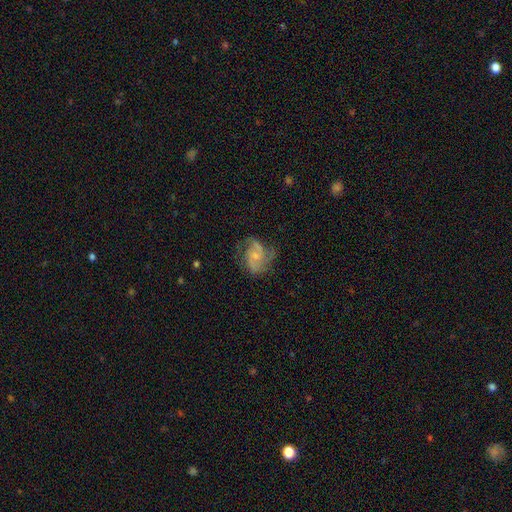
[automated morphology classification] smooth_or_featured: featured or disk (p=0.76) [alt: smooth p=0.17]
disk_edge_on: no (p=0.98) [alt: yes p=0.02]
bar: no (p=0.64) [alt: weak p=0.30]
has_spiral_arms: yes (p=0.92) [alt: no p=0.08]
spiral_winding: medium (p=0.49) [alt: loose p=0.26]
spiral_arm_count: 2 (p=0.58) [alt: 3 p=0.17]
bulge_size: small (p=0.63) [alt: moderate p=0.24]
merging: none (p=0.57) [alt: minor disturbance p=0.24]